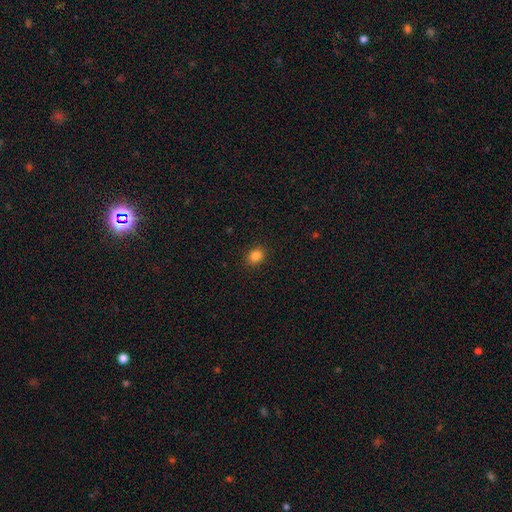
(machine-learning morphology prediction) Q: Smooth or featured?
A: smooth (84%); runner-up: star or artifact (11%)
Q: How rounded?
A: round (54%); runner-up: in between (45%)
Q: Merging?
A: none (90%); runner-up: minor disturbance (7%)